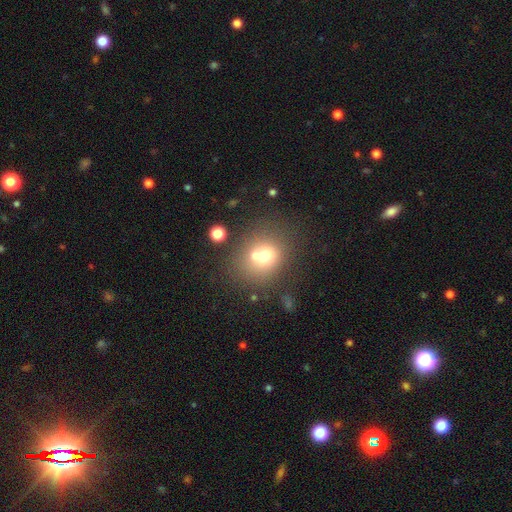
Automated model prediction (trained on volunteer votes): smooth-or-featured: smooth: 65% | featured or disk: 21% | star or artifact: 14%
  how-rounded: round: 74% | in between: 25% | cigar-shaped: 1%
  merging: merger: 42% (tied) | none: 42% (tied) | minor disturbance: 10% | major disturbance: 5%